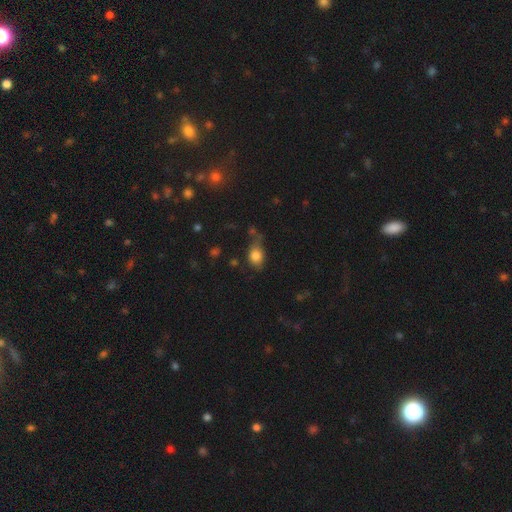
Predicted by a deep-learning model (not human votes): Smooth or featured? Predicted: smooth (p=0.81). How rounded? Predicted: in between (p=0.65). Merging? Predicted: none (p=0.50).